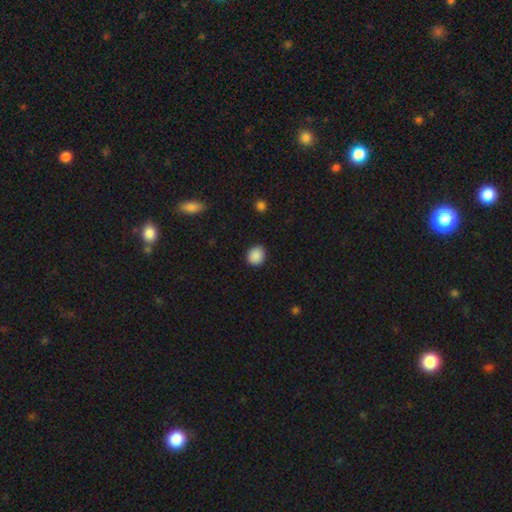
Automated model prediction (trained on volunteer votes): smooth-or-featured: smooth: 89% | star or artifact: 9% | featured or disk: 3%
  how-rounded: round: 77% | in between: 22% | cigar-shaped: 1%
  merging: none: 89% | minor disturbance: 8% | major disturbance: 2% | merger: 1%